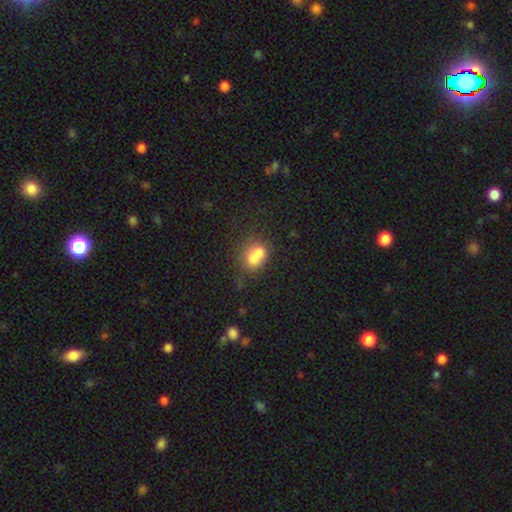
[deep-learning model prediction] This is likely a smooth galaxy (68%). How rounded: possibly in between (57%). Merging: possibly merger (48%).